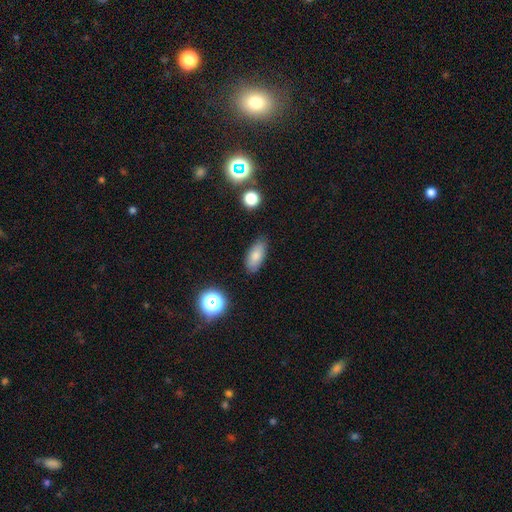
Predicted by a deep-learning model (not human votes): Q: Smooth or featured?
A: smooth (80%); runner-up: featured or disk (11%)
Q: How rounded?
A: in between (85%); runner-up: cigar-shaped (11%)
Q: Merging?
A: none (82%); runner-up: minor disturbance (13%)